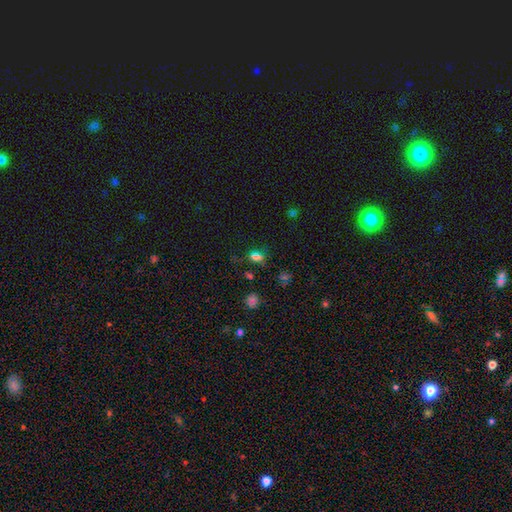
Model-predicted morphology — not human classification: The model was most divided on "how rounded": in between: 51%, round: 43%, cigar-shaped: 5%. More confident: merging — none (79%); smooth or featured — smooth (51%).